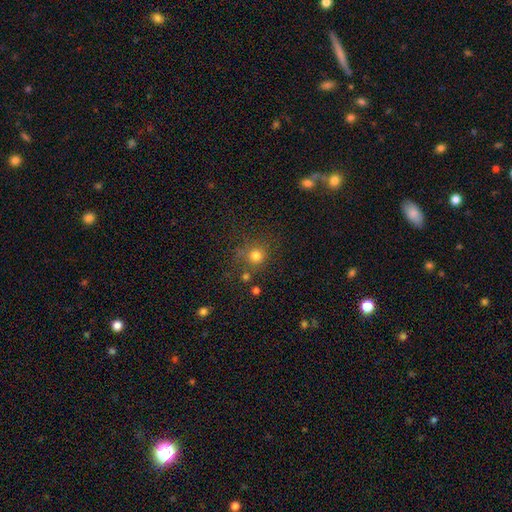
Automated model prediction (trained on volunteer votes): A smooth galaxy with no disk features (76%) that is round (90%). Merging: none (70%).